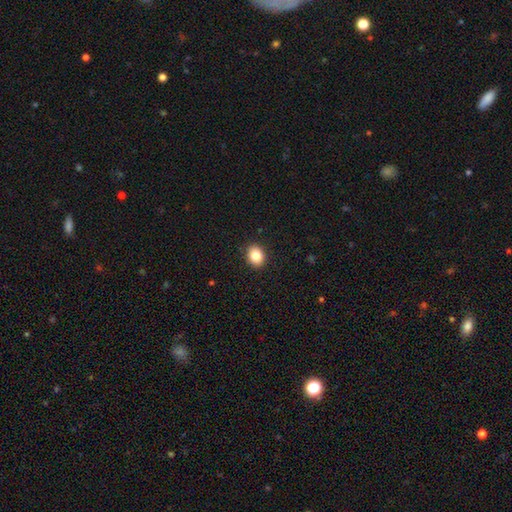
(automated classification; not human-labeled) The model was most divided on "how rounded": in between: 51%, round: 48%, cigar-shaped: 1%. More confident: merging — none (91%); smooth or featured — smooth (84%).